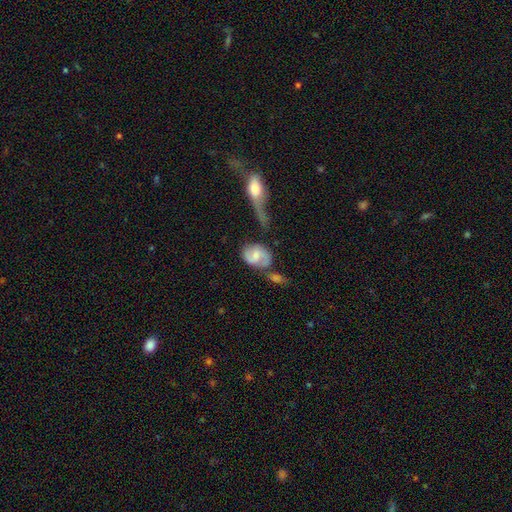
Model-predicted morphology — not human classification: This is likely a featured or disk galaxy (63%). It is clearly not viewed edge-on (96%). Bar: possibly weak (49%). Spiral arm pattern: clearly yes (87%). Spiral arm count: clearly 2 (86%). Spiral winding: possibly medium (46%). Central bulge: marginally moderate (42%). Merging: possibly none (47%).